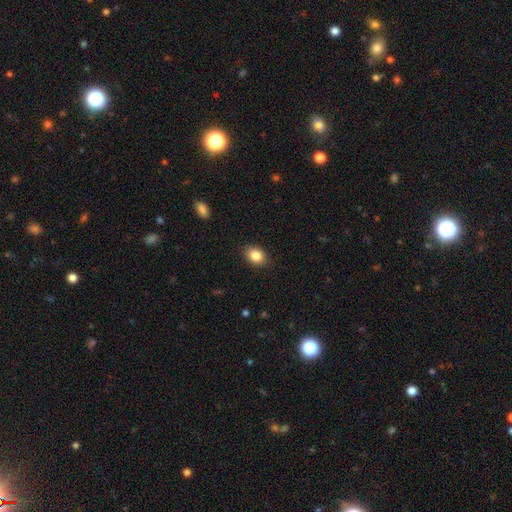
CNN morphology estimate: Smooth or featured? Predicted: smooth (p=0.86). How rounded? Predicted: in between (p=0.65). Merging? Predicted: none (p=0.88).